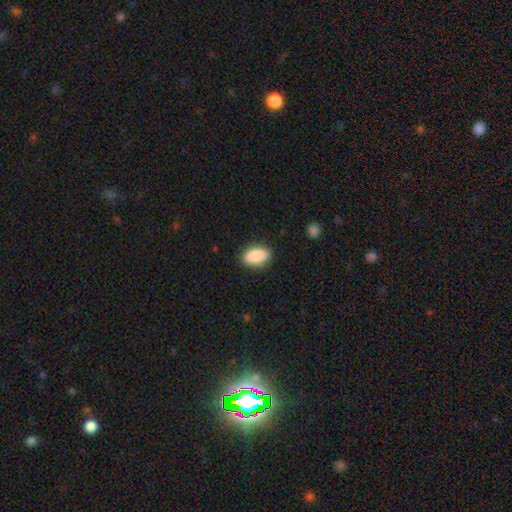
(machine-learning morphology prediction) smooth-or-featured: smooth: 89% | star or artifact: 7% | featured or disk: 5%
  how-rounded: in between: 90% | cigar-shaped: 6% | round: 5%
  merging: none: 87% | minor disturbance: 10% | major disturbance: 2% | merger: 1%